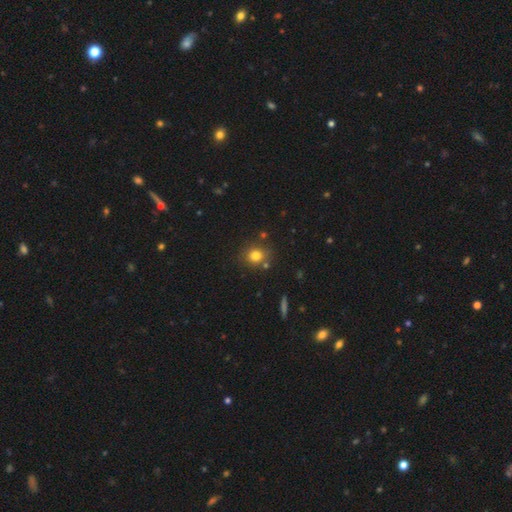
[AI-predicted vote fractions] Smooth or featured? smooth (78%)
How rounded? round (81%)
Merging? none (79%)